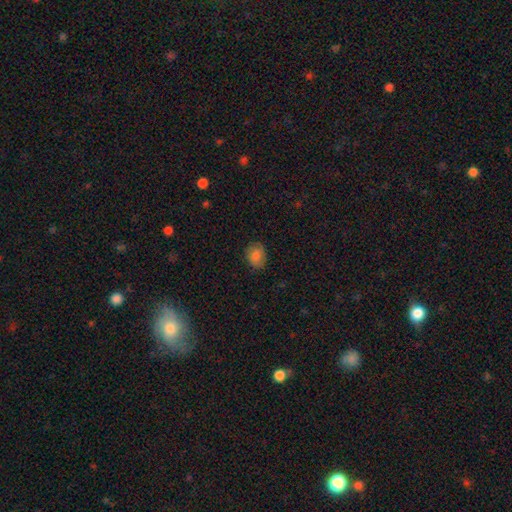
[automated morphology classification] type=smooth (84%); roundness=in between (55%); merging=none (82%).